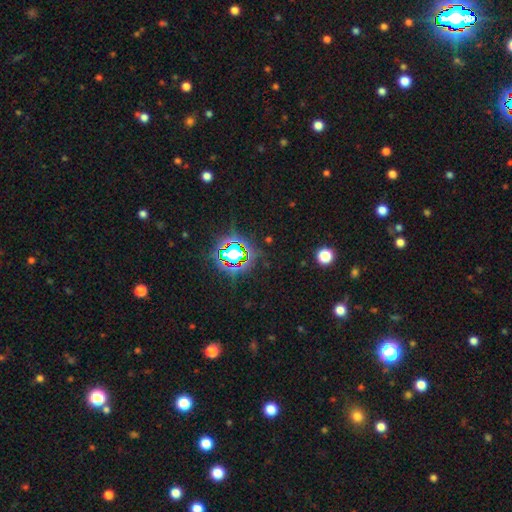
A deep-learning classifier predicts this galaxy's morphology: Smooth or featured? Predicted: star or artifact (p=0.81).